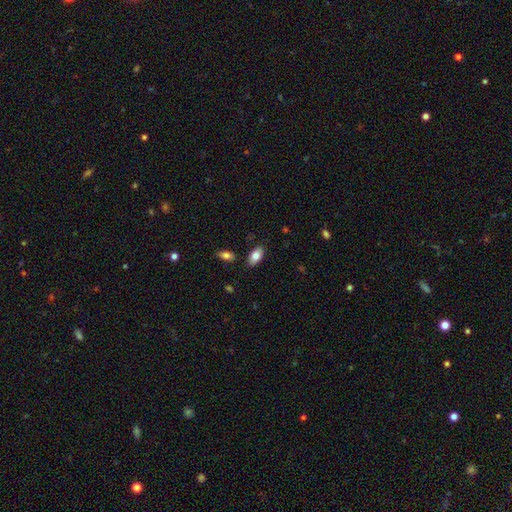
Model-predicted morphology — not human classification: A smooth galaxy with no disk features (80%) that is in between round and cigar-shaped (93%). Merging: none (85%).